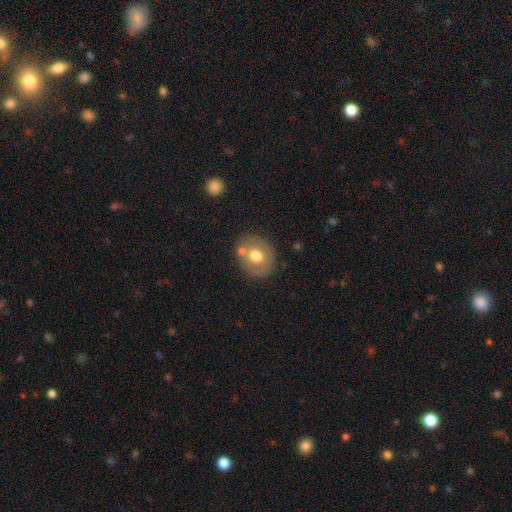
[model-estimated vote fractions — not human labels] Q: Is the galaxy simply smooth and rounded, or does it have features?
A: smooth — 60%.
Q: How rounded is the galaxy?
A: round — 65%.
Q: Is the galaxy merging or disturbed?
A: none — 71%.